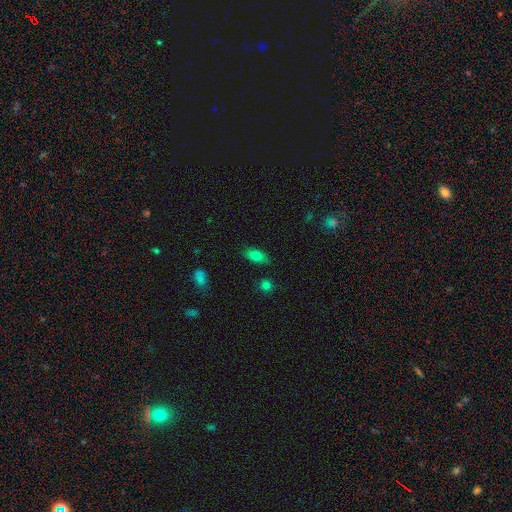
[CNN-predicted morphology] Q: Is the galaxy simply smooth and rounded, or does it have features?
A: smooth — 79%.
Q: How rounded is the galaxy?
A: in between — 83%.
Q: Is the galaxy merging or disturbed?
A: none — 80%.